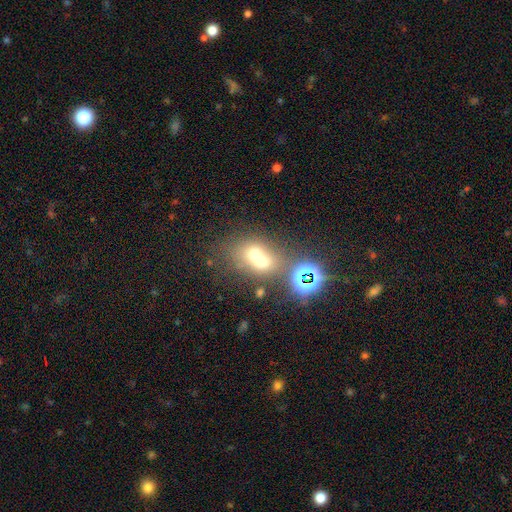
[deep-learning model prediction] smooth_or_featured: smooth (p=0.50) [alt: star or artifact p=0.28]
merging: merger (p=0.59) [alt: none p=0.30]